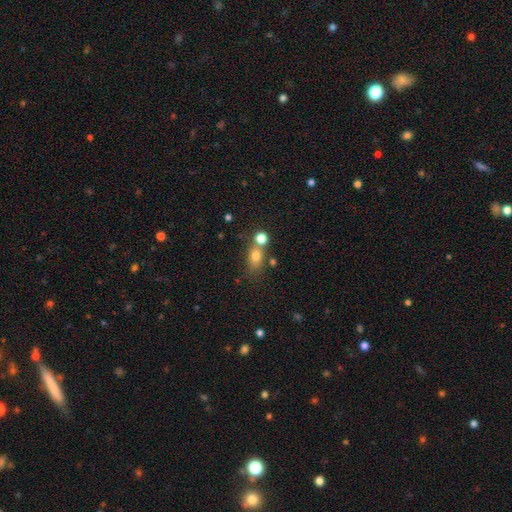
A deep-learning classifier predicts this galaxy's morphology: Q: Smooth or featured?
A: smooth (73%); runner-up: star or artifact (15%)
Q: How rounded?
A: in between (56%); runner-up: round (41%)
Q: Merging?
A: none (50%); runner-up: merger (31%)